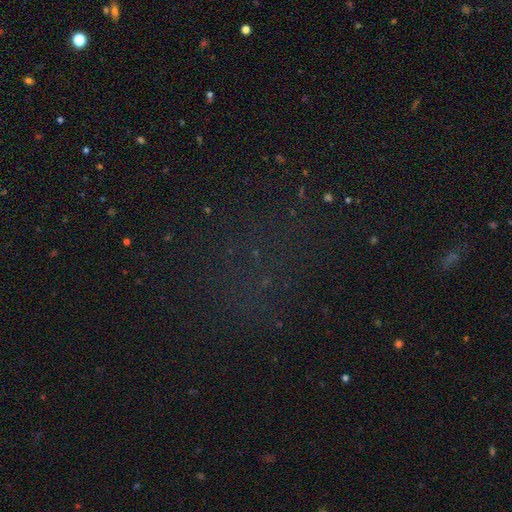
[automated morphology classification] A star or artifact, not a galaxy (61%).

Vote fractions:
- Smooth or featured? star or artifact: 61% / smooth: 25% / featured or disk: 14%